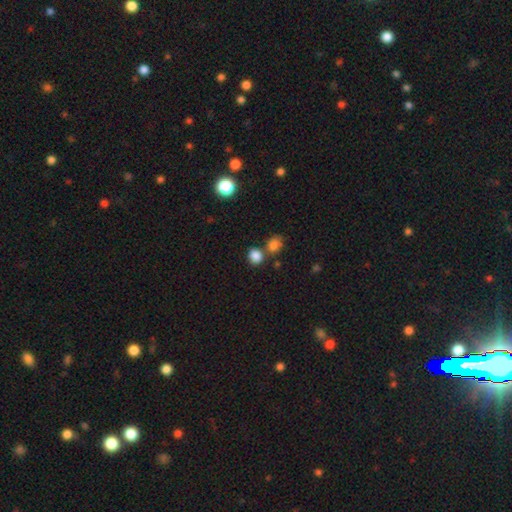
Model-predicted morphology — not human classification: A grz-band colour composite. It shows a smooth galaxy with no disk features (84%) that is round (70%). Merging: none (61%).